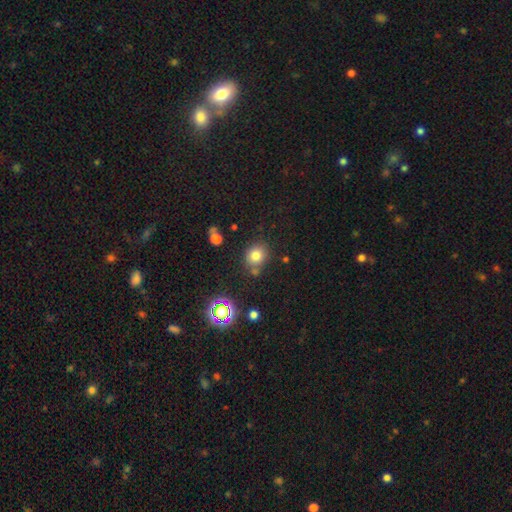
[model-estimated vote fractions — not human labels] smooth_or_featured: smooth (p=0.78) [alt: star or artifact p=0.15]
how_rounded: round (p=0.74) [alt: in between p=0.25]
merging: none (p=0.72) [alt: minor disturbance p=0.13]